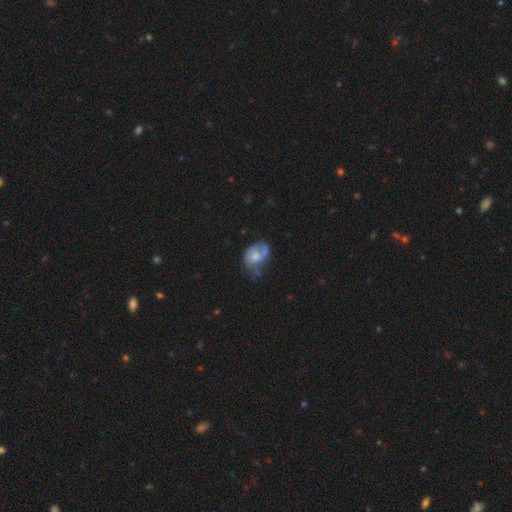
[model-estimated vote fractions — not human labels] The model was most divided on "merging" (2-way tie): none: 31%, major disturbance: 31%, minor disturbance: 30%, merger: 8%. More confident: edge-on disk — no (97%); smooth or featured — featured or disk (50%).